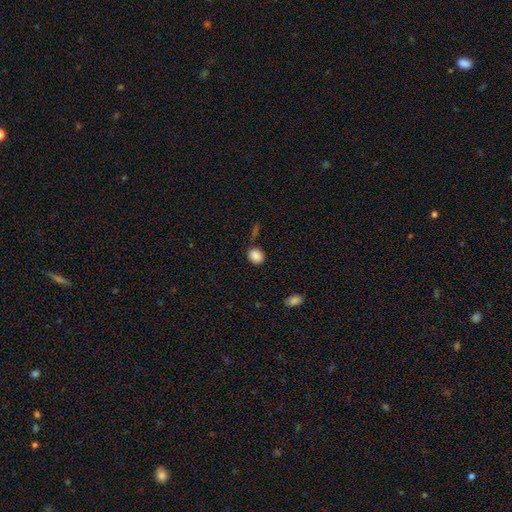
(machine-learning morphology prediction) smooth-or-featured: smooth: 87% | star or artifact: 9% | featured or disk: 4%
  how-rounded: round: 51% | in between: 48% | cigar-shaped: 1%
  merging: none: 77% | minor disturbance: 14% | merger: 5% | major disturbance: 4%